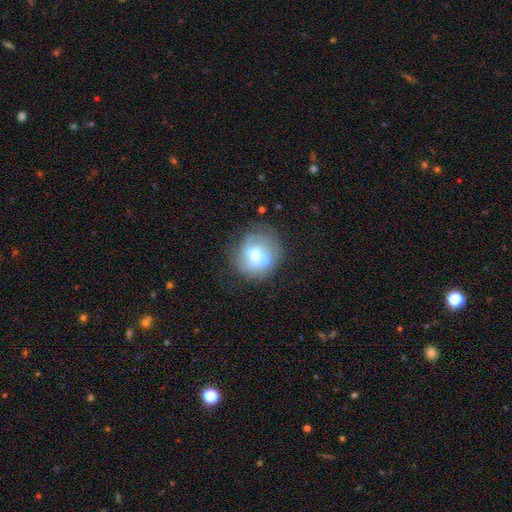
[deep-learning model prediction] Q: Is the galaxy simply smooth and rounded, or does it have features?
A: smooth — 56%.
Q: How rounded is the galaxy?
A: round — 87%.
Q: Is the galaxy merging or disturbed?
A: none — 67%.